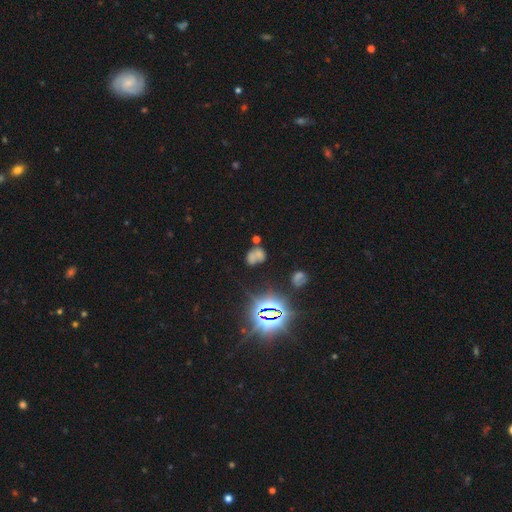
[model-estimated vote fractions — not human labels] This appears to be a smooth galaxy with no disk features (46%). Merging: none (36%).